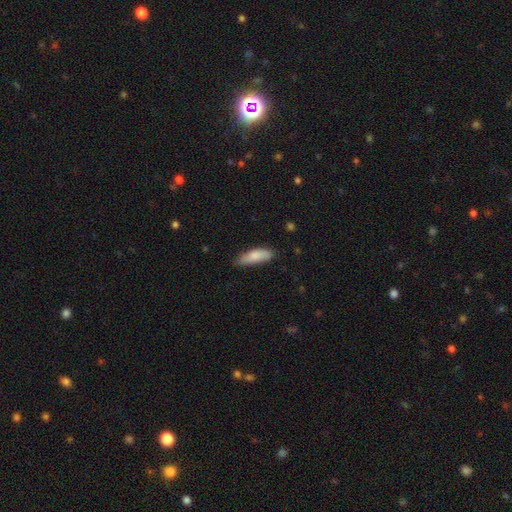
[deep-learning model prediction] smooth_or_featured: smooth (p=0.84) [alt: featured or disk p=0.11]
how_rounded: in between (p=0.54) [alt: cigar-shaped p=0.44]
merging: none (p=0.72) [alt: minor disturbance p=0.23]